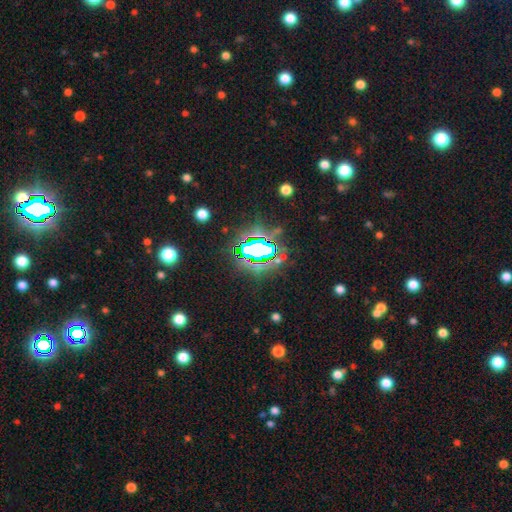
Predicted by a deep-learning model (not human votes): smooth-or-featured: star or artifact: 72% | smooth: 16% | featured or disk: 11%